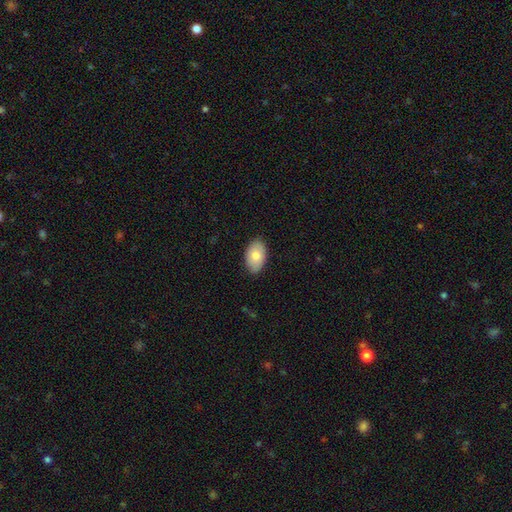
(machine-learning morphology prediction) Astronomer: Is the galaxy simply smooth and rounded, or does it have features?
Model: smooth — 79%.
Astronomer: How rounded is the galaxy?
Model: in between — 93%.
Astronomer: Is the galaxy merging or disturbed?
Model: none — 85%.